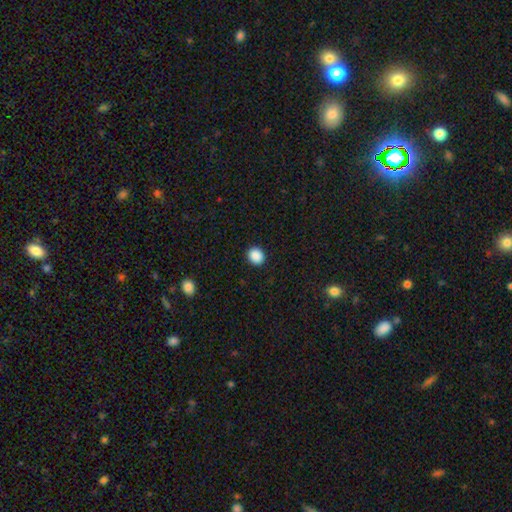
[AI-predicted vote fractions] Smooth or featured: smooth — 89% (star or artifact — 9%)
How rounded: round — 74% (in between — 25%)
Merging: none — 92% (minor disturbance — 5%)